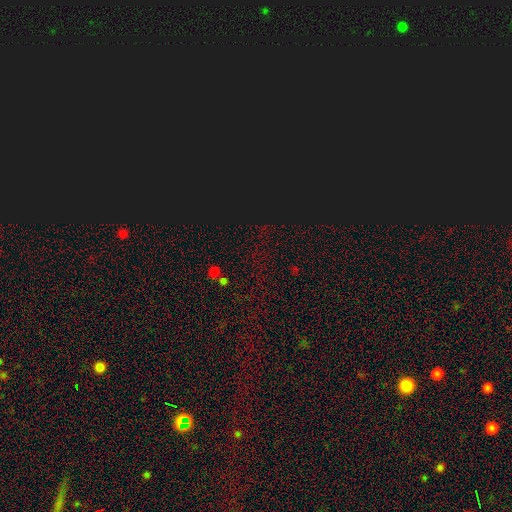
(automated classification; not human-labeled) Morphology: type=star or artifact (75%).